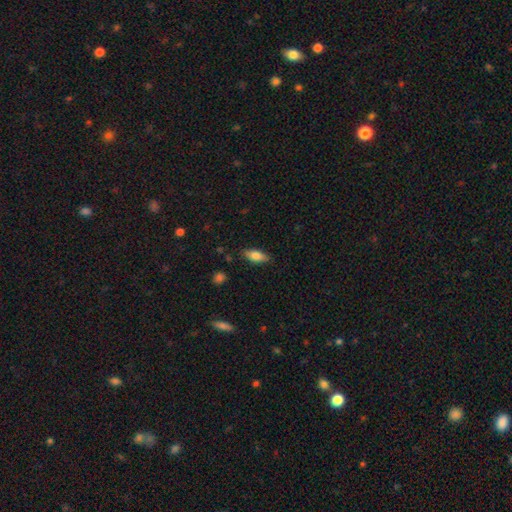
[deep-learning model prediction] Smooth or featured? smooth (77%)
How rounded? in between (78%)
Merging? none (84%)